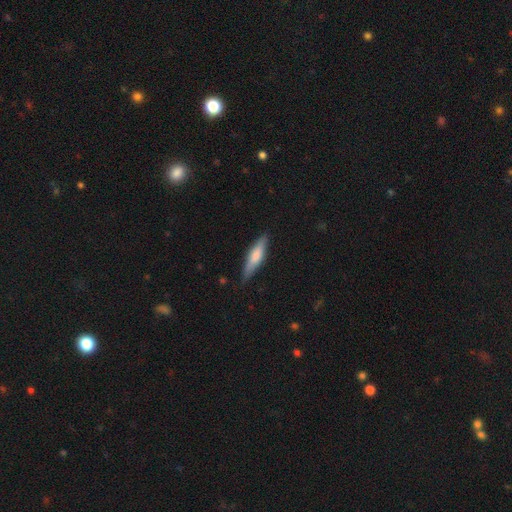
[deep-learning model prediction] Smooth or featured?
  - smooth: 65% *
  - featured or disk: 30%
  - star or artifact: 5%
How rounded?
  - cigar-shaped: 72% *
  - in between: 26%
  - round: 2%
Merging?
  - none: 83% *
  - minor disturbance: 14%
  - major disturbance: 2%
  - merger: 1%